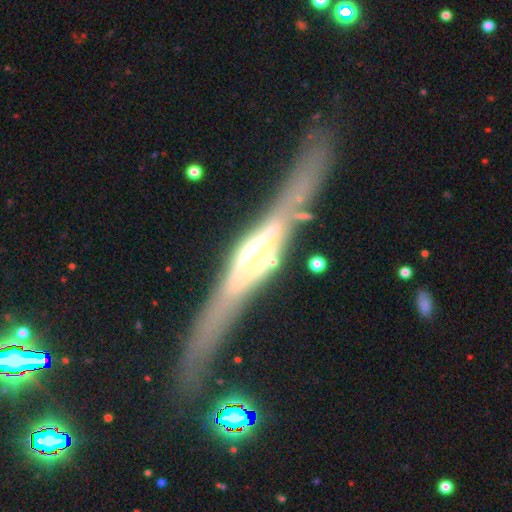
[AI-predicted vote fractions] featured or disk 82%, smooth 12%, star or artifact 6%. Down the decision tree: edge-on disk — yes (96%); edge-on bulge — rounded (74%); merging — none (80%).